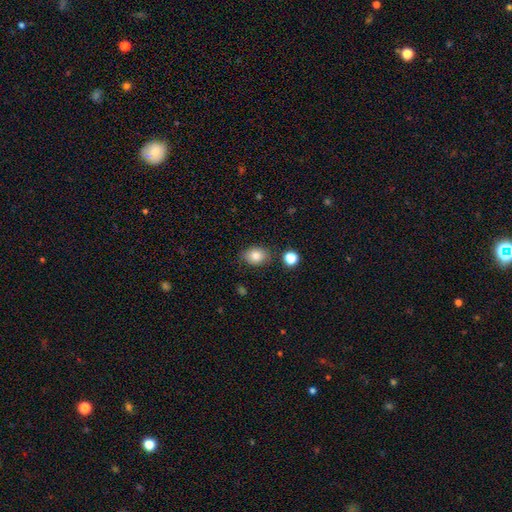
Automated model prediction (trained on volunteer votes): Overall: smooth (83%). How rounded: in between (64%; round 35%). Merging: none (81%).